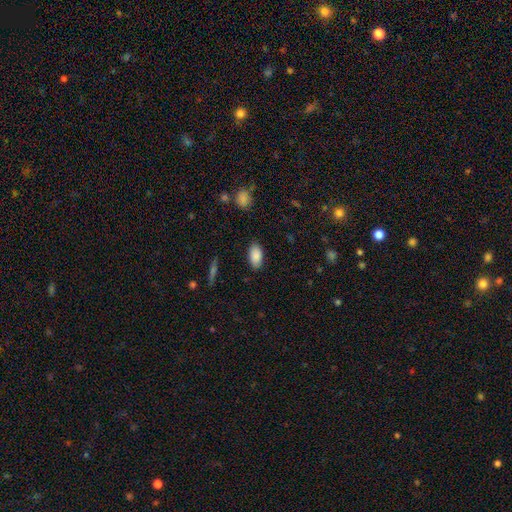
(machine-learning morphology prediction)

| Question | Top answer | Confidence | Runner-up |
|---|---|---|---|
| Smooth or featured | smooth | 87% | star or artifact (7%) |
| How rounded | in between | 94% | round (4%) |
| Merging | none | 86% | minor disturbance (11%) |